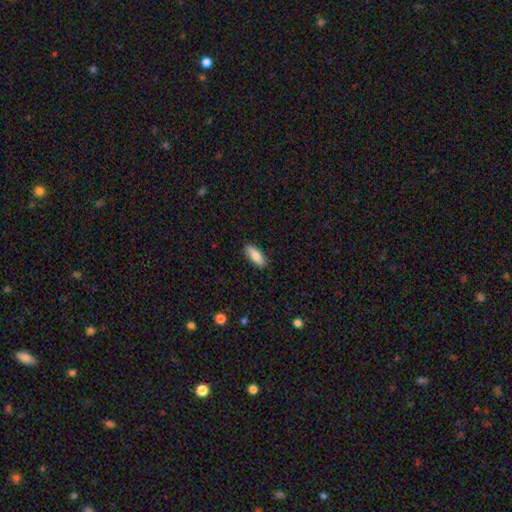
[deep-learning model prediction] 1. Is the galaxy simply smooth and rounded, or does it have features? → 80% smooth, 14% featured or disk, 6% star or artifact.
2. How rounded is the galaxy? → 65% in between, 33% cigar-shaped, 2% round.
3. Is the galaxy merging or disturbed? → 88% none, 9% minor disturbance, 2% major disturbance, 1% merger.